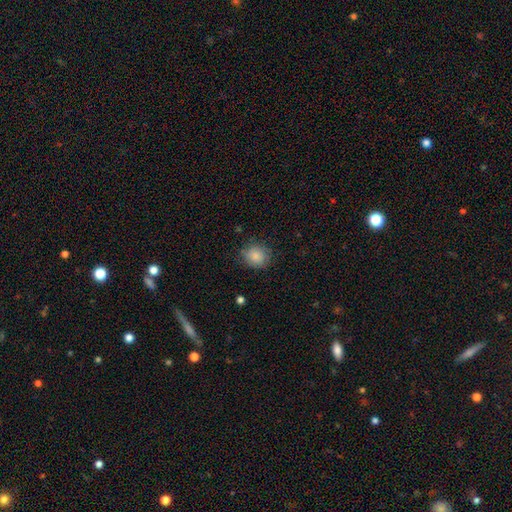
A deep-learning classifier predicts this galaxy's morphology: Smooth or featured? Predicted: smooth (p=0.86). How rounded? Predicted: round (p=0.79). Merging? Predicted: none (p=0.83).